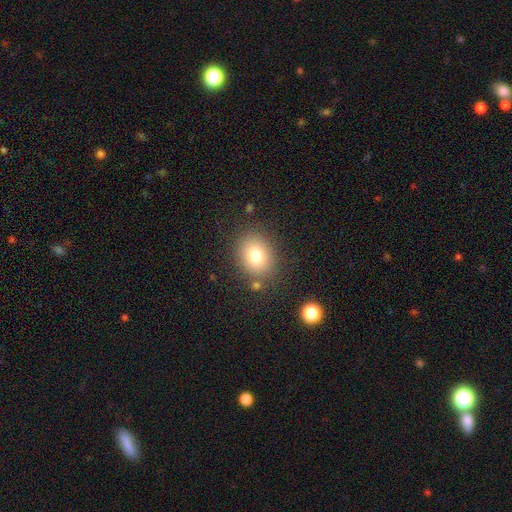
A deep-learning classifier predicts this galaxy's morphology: A smooth galaxy with no disk features (76%) that is round (54%).

Vote fractions:
- Smooth or featured? smooth: 76% / star or artifact: 12% / featured or disk: 11%
- How rounded? round: 54% / in between: 45% / cigar-shaped: 1%
- Merging? none: 81% / minor disturbance: 11% / major disturbance: 4% / merger: 4%